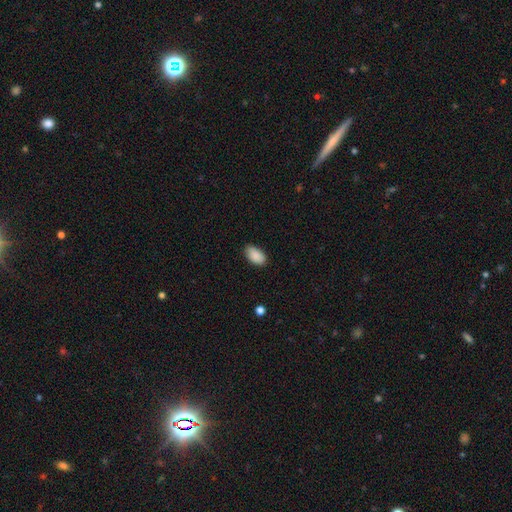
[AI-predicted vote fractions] Smooth or featured?
  - smooth: 89% *
  - star or artifact: 7%
  - featured or disk: 4%
How rounded?
  - in between: 94% *
  - round: 4%
  - cigar-shaped: 2%
Merging?
  - none: 83% *
  - minor disturbance: 14%
  - major disturbance: 2%
  - merger: 1%